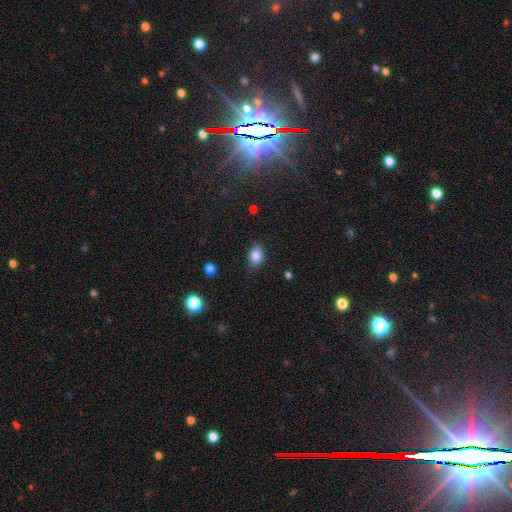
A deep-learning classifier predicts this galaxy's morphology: type=smooth (83%); roundness=in between (74%); merging=none (77%).